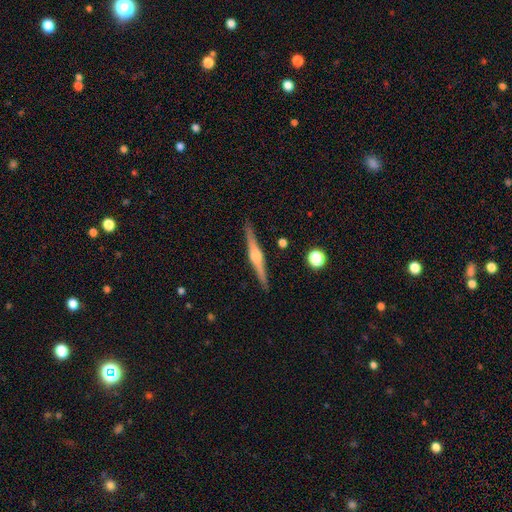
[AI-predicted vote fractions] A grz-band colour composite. It shows a featured or disk galaxy (81%) viewed edge-on (98%) with a rounded central bulge (87%). Merging: none (91%).